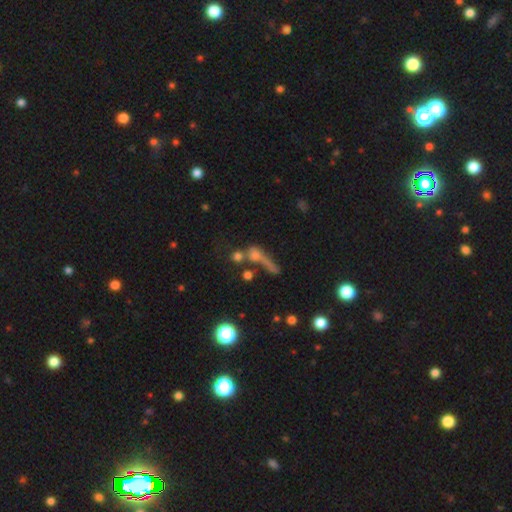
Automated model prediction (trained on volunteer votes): smooth 42%, featured or disk 32%, star or artifact 26%. Down the decision tree: merging — none (40%).